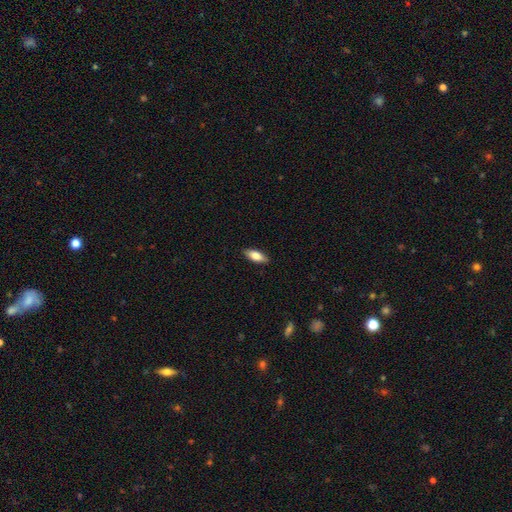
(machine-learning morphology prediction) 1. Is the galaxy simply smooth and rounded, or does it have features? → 75% smooth, 19% featured or disk, 6% star or artifact.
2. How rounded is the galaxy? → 75% in between, 23% cigar-shaped, 2% round.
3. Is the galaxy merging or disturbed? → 88% none, 9% minor disturbance, 2% major disturbance, 1% merger.